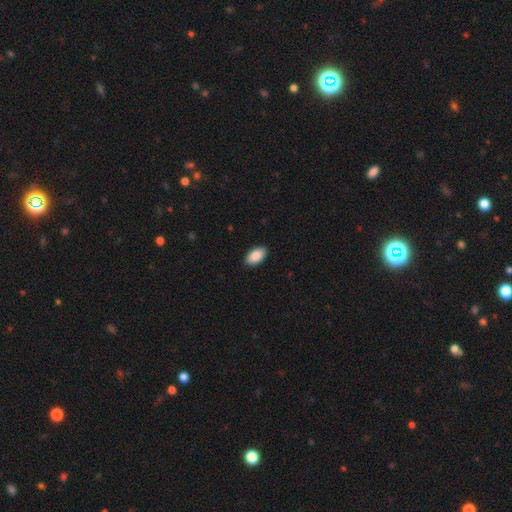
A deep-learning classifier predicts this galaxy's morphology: A smooth galaxy with no disk features (89%) that is in between round and cigar-shaped (95%). Merging: none (91%).